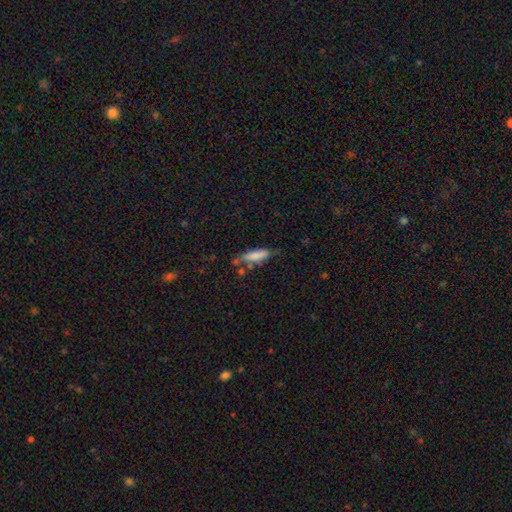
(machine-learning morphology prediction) smooth 79%, featured or disk 14%, star or artifact 7%. Down the decision tree: how rounded — cigar-shaped (59%); merging — none (56%).